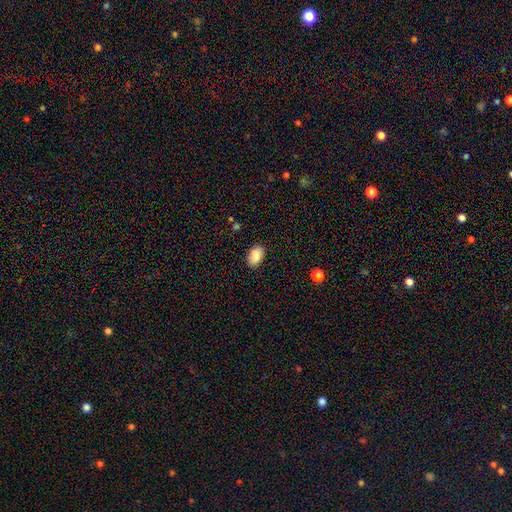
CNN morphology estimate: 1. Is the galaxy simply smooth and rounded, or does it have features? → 86% smooth, 7% star or artifact, 7% featured or disk.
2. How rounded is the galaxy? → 90% in between, 9% round, 1% cigar-shaped.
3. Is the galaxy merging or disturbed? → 87% none, 10% minor disturbance, 2% major disturbance, 1% merger.